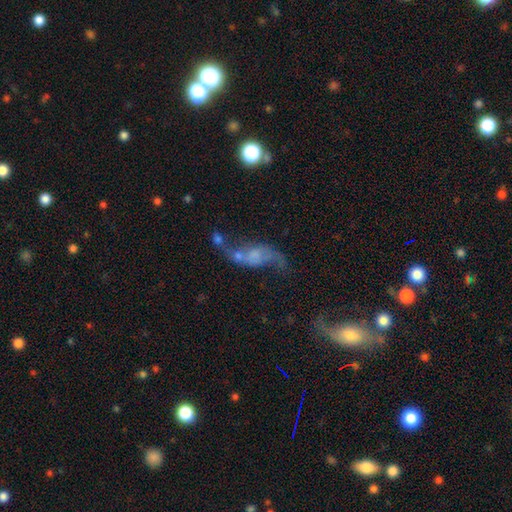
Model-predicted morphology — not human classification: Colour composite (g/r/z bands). It shows a featured or disk galaxy (68%) with no bar (64%), spiral arms (78%) and no central bulge (48%). Merging: merger (35%).